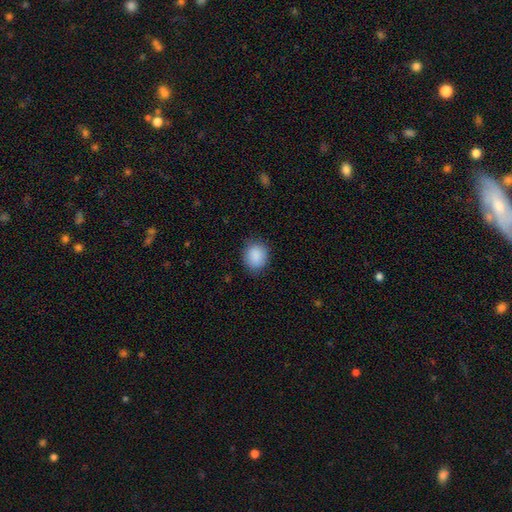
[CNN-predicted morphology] Smooth or featured?
  - smooth: 89% *
  - star or artifact: 7%
  - featured or disk: 4%
How rounded?
  - round: 65% *
  - in between: 35%
  - cigar-shaped: 1%
Merging?
  - none: 84% *
  - minor disturbance: 12%
  - major disturbance: 3%
  - merger: 1%